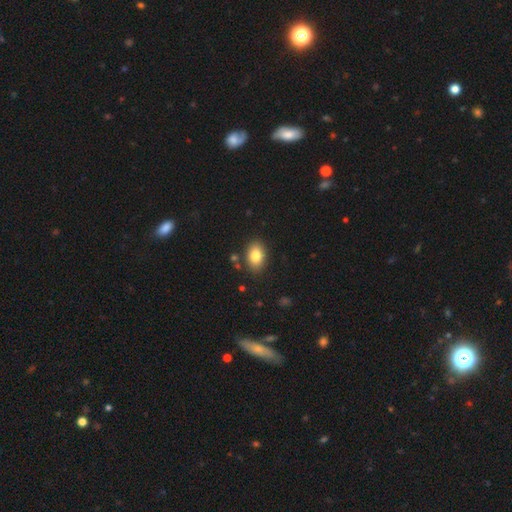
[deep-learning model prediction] Smooth or featured? smooth (82%)
How rounded? in between (83%)
Merging? none (84%)